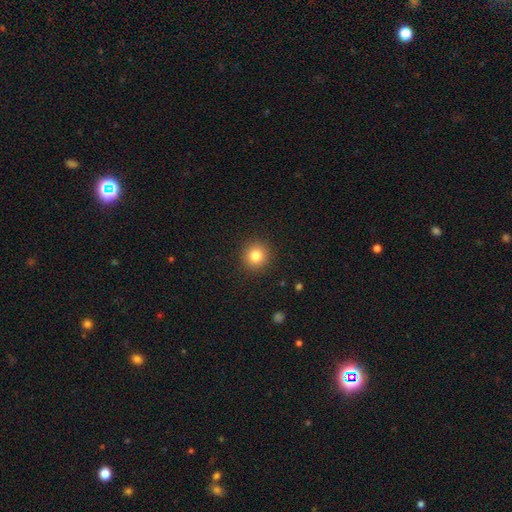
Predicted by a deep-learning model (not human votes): Q: Smooth or featured?
A: smooth (82%); runner-up: star or artifact (11%)
Q: How rounded?
A: round (93%); runner-up: in between (6%)
Q: Merging?
A: none (91%); runner-up: minor disturbance (6%)